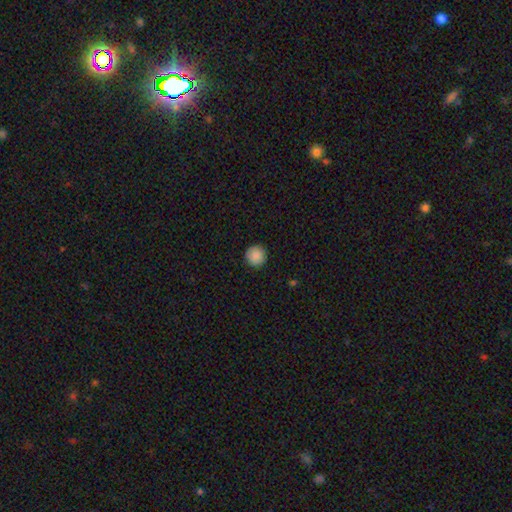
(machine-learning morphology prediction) The model was most divided on "smooth or featured": smooth: 88%, star or artifact: 8%, featured or disk: 4%. More confident: how rounded — round (96%); merging — none (92%).